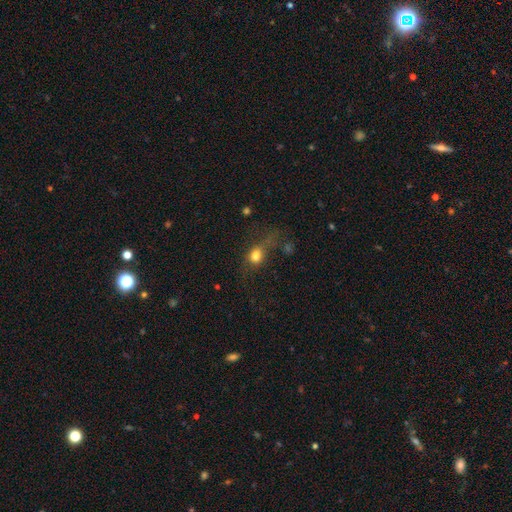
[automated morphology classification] This appears to be a smooth galaxy with no disk features (74%) that is round (50%). Merging: none (40%).